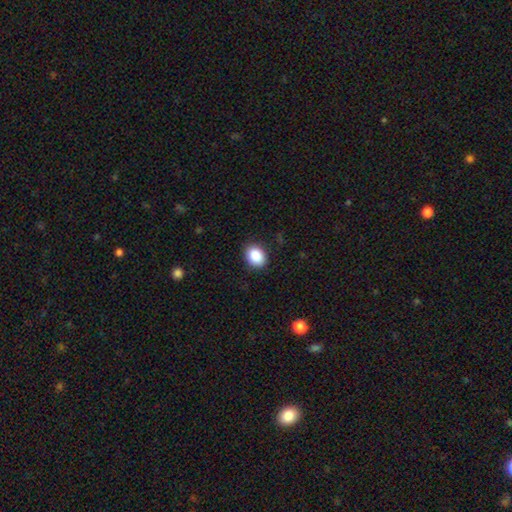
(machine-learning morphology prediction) The model was most divided on "how rounded": in between: 58%, round: 41%, cigar-shaped: 1%. More confident: merging — none (88%); smooth or featured — smooth (88%).